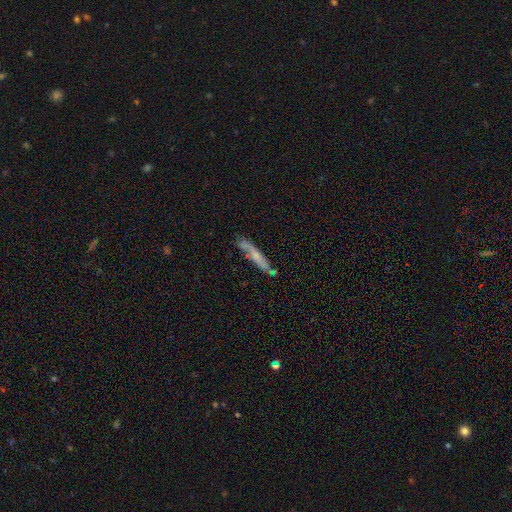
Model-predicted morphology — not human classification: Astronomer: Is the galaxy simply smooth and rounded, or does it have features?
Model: featured or disk — 54% (runner-up: smooth, 39%).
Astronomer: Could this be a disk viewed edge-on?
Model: yes — 56% (runner-up: no, 44%).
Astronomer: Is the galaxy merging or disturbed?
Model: none — 66%.